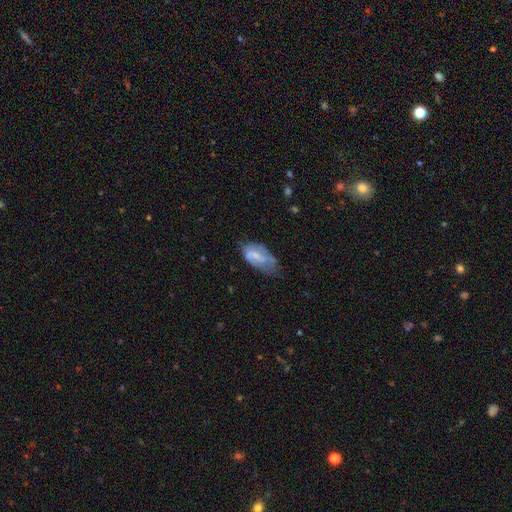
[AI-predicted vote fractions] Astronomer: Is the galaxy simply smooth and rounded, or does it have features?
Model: featured or disk — 47% (runner-up: smooth, 46%).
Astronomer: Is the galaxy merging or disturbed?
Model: minor disturbance — 38% (runner-up: none, 35%).